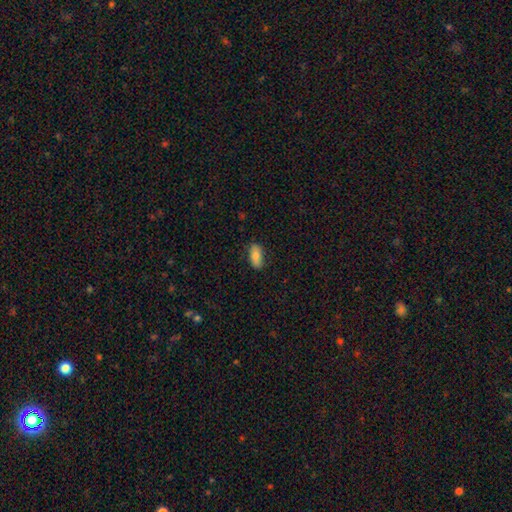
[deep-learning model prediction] Smooth or featured? Predicted: smooth (p=0.81). How rounded? Predicted: in between (p=0.88). Merging? Predicted: none (p=0.84).